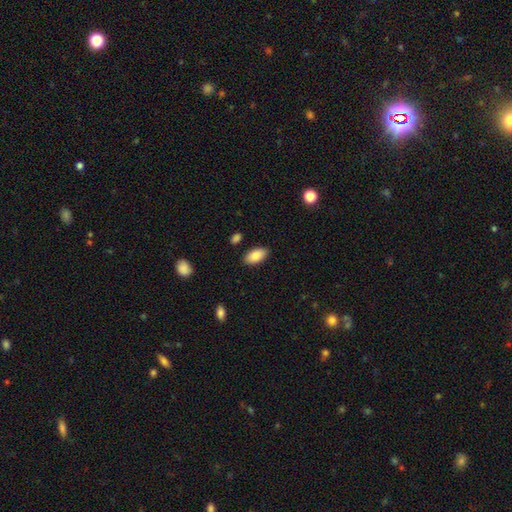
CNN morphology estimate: Smooth or featured: smooth — 85% (featured or disk — 8%)
How rounded: in between — 94% (cigar-shaped — 3%)
Merging: none — 86% (minor disturbance — 10%)